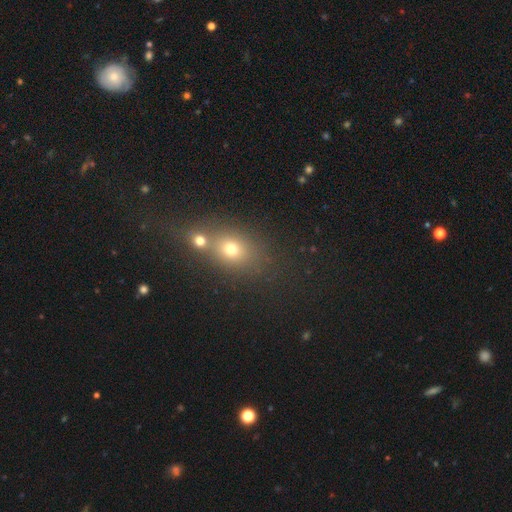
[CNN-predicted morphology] type=smooth (52%); roundness=round (52%); merging=none (50%).